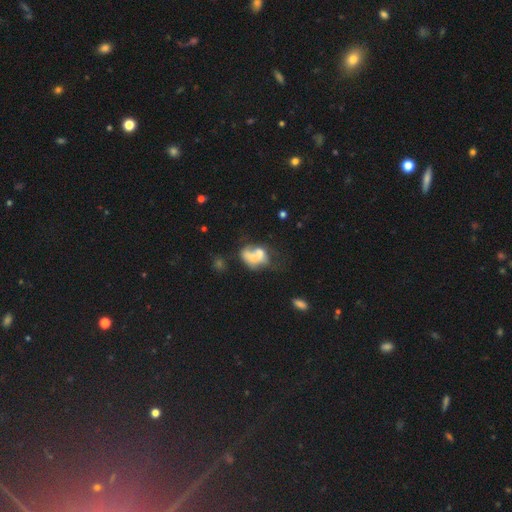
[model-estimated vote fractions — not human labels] This appears to be a smooth galaxy with no disk features (52%) that is in between round and cigar-shaped (69%). Merging: merger (56%).